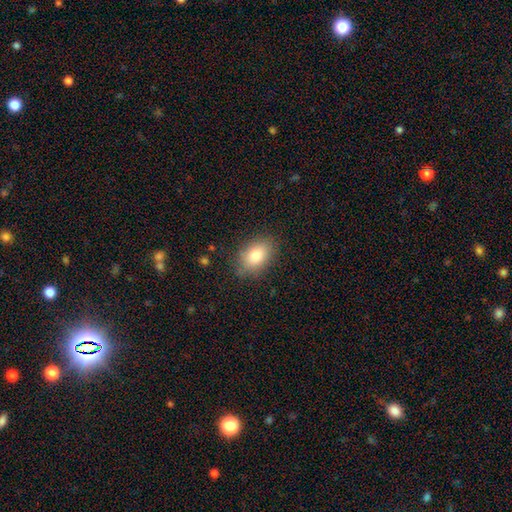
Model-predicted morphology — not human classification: Smooth or featured? Predicted: smooth (p=0.80). How rounded? Predicted: in between (p=0.85). Merging? Predicted: none (p=0.83).